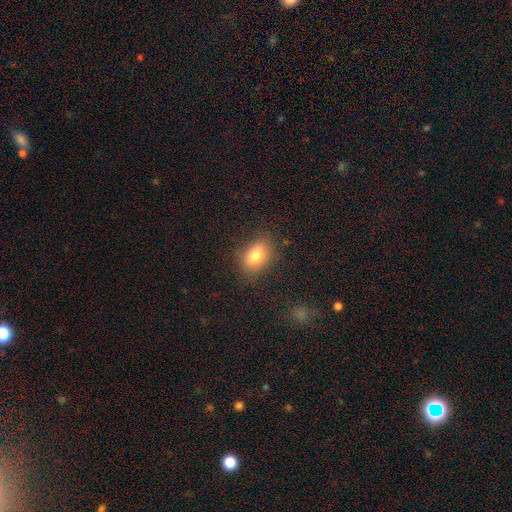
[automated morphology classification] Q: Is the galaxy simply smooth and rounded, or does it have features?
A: smooth — 80%.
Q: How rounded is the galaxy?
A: in between — 81%.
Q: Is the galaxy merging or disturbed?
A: none — 80%.